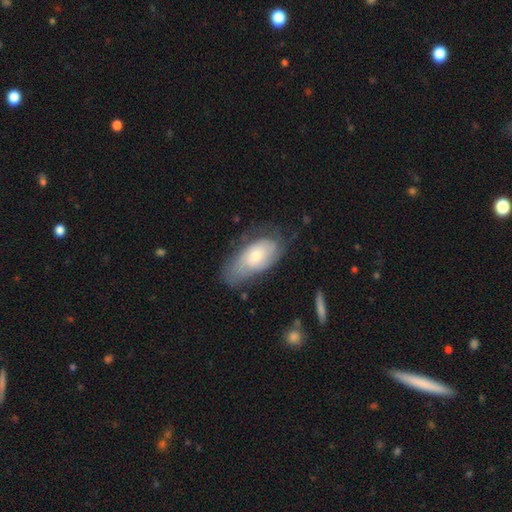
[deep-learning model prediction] Morphology: type=smooth (47%); merging=none (53%).